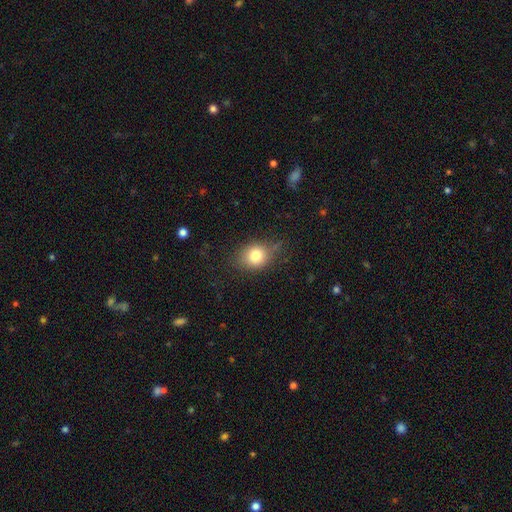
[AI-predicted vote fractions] This appears to be a smooth galaxy with no disk features (78%) that is round (57%). Merging: none (68%).